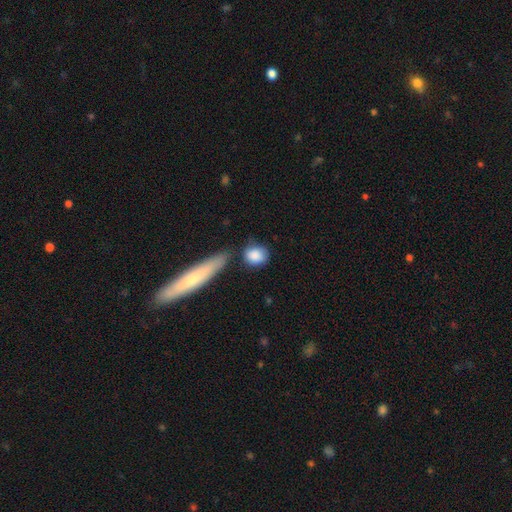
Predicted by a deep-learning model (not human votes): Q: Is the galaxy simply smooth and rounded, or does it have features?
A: smooth — 86%.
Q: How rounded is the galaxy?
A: round — 62%.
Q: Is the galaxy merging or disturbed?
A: none — 63%.